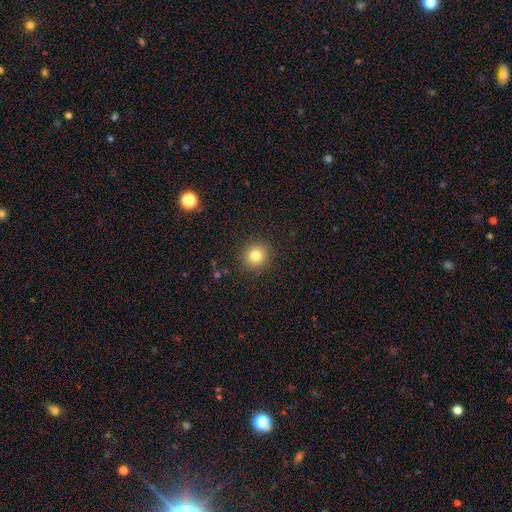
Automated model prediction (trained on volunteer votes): smooth 81%, star or artifact 12%, featured or disk 7%. Down the decision tree: how rounded — round (93%); merging — none (90%).